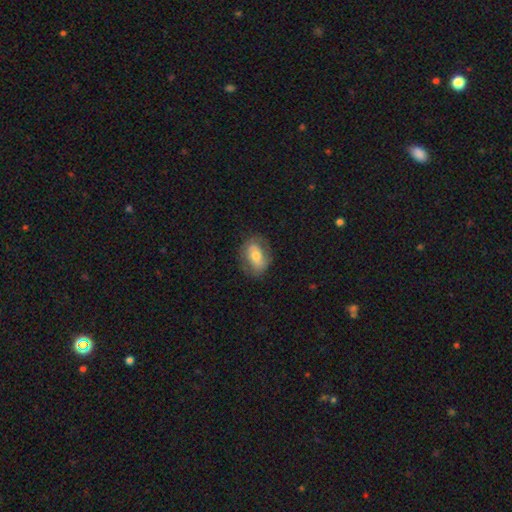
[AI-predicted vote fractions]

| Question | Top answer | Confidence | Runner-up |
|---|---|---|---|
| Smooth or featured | smooth | 56% | featured or disk (37%) |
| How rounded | in between | 75% | round (23%) |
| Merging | none | 74% | minor disturbance (18%) |